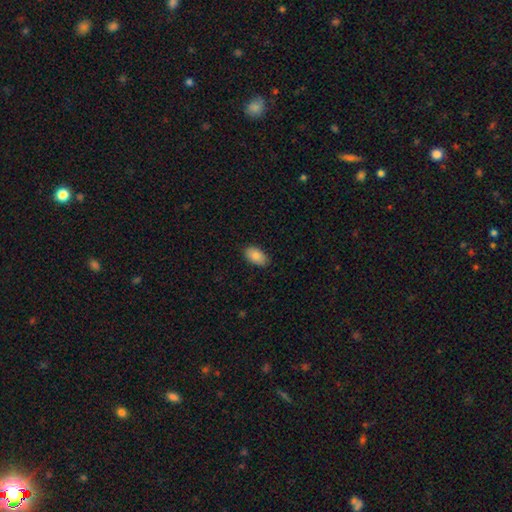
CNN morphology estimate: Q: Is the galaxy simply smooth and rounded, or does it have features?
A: smooth — 87%.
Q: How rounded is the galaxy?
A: in between — 94%.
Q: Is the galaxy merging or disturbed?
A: none — 87%.